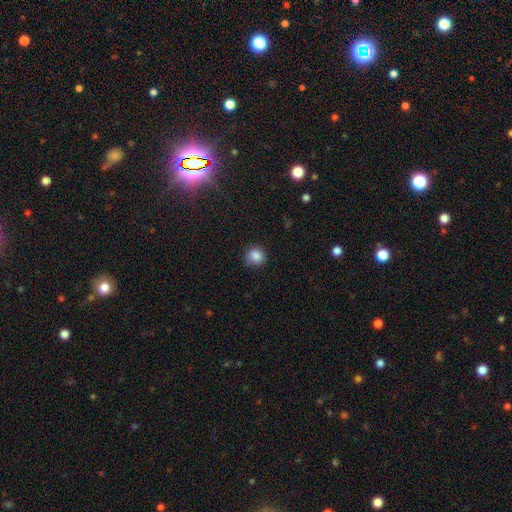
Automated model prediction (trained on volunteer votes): A smooth galaxy with no disk features (85%) that is round (88%). Merging: none (78%).